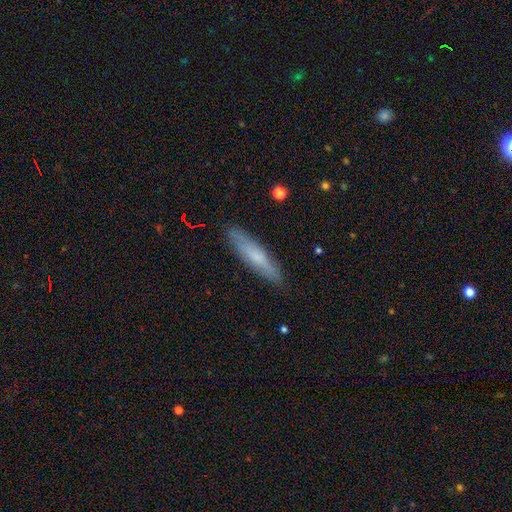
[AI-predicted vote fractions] Smooth or featured: smooth — 60% (featured or disk — 34%)
How rounded: cigar-shaped — 85% (in between — 14%)
Merging: none — 87% (minor disturbance — 10%)